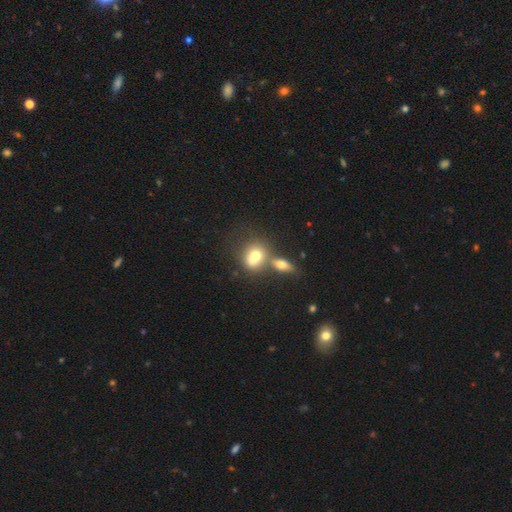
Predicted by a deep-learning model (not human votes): This appears to be a smooth galaxy with no disk features (69%) that is round (62%). Merging: merger (58%).